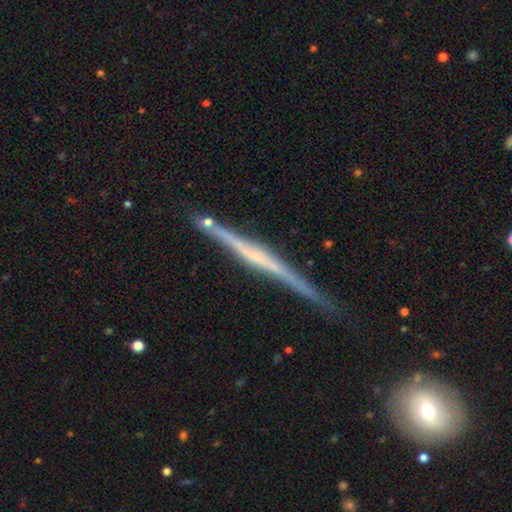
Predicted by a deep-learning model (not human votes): smooth-or-featured: featured or disk: 78% | smooth: 16% | star or artifact: 6%
  disk-edge-on: yes: 98% | no: 2%
    edge-on-bulge: none: 52% | rounded: 32% | boxy: 16%
  merging: none: 79% | minor disturbance: 15% | merger: 3% | major disturbance: 3%